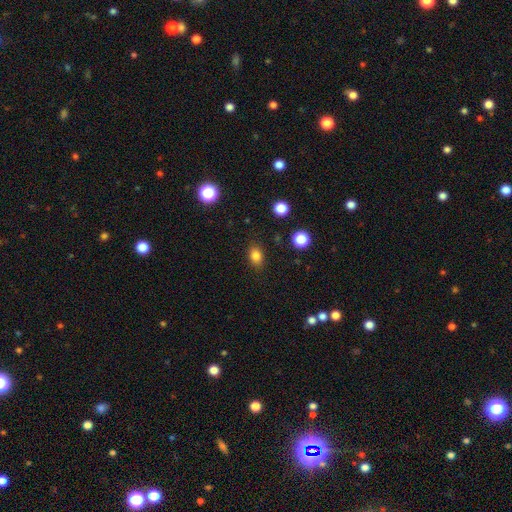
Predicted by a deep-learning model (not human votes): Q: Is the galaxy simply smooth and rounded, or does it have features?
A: smooth — 82%.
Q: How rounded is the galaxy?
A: in between — 69%.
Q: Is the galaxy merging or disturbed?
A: none — 85%.